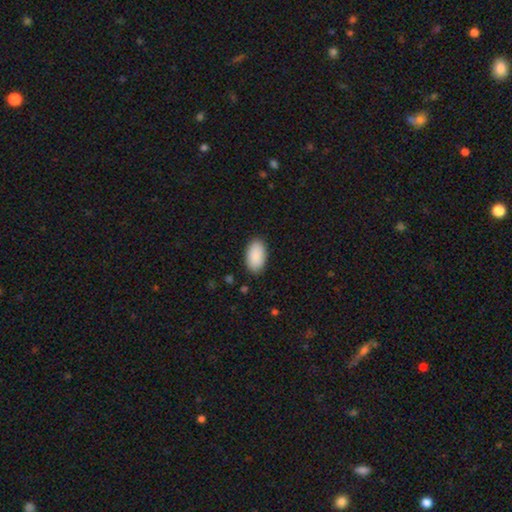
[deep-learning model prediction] Overall: smooth (91%). How rounded: in between (96%). Merging: none (88%).